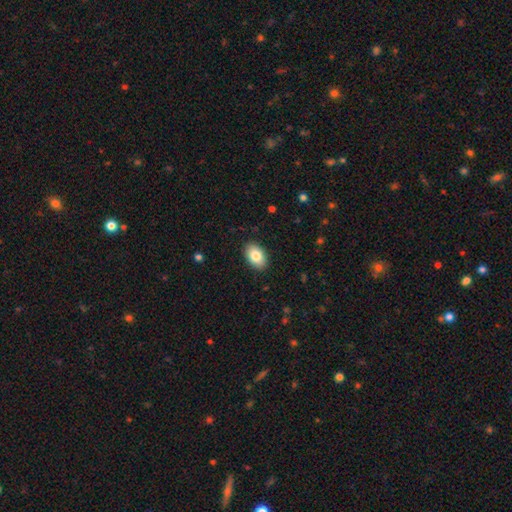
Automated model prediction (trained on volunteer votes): Smooth or featured?
  - smooth: 84% *
  - featured or disk: 9%
  - star or artifact: 7%
How rounded?
  - in between: 91% *
  - round: 7%
  - cigar-shaped: 1%
Merging?
  - none: 89% *
  - minor disturbance: 8%
  - major disturbance: 2%
  - merger: 1%